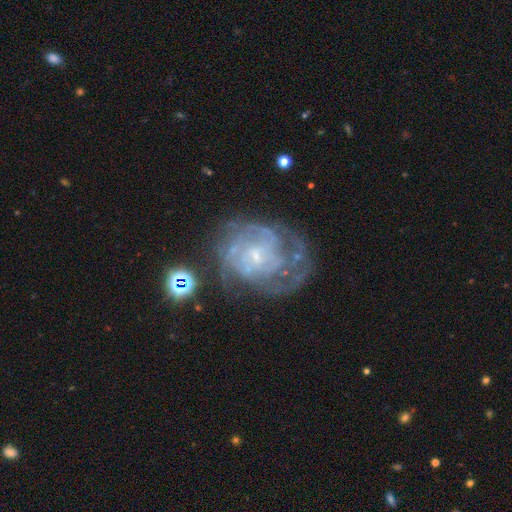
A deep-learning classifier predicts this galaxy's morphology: featured or disk 80%, smooth 11%, star or artifact 9%. Down the decision tree: edge-on disk — no (98%); bar — no (63%); spiral arms — yes (86%); spiral arm count — can't tell (47%); spiral winding — tight (58%); bulge size — small (73%); merging — none (52%).